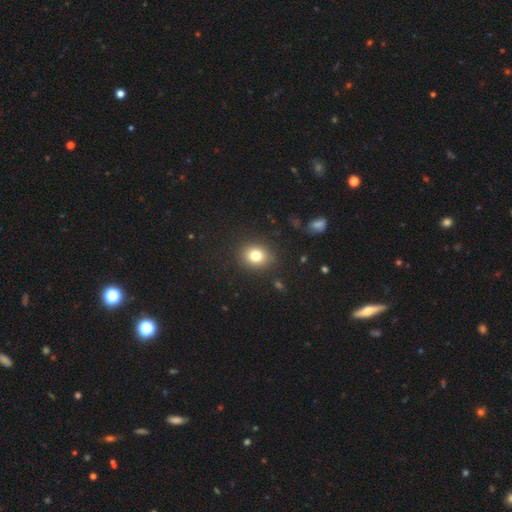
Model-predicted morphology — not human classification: Smooth or featured? Predicted: smooth (p=0.80). How rounded? Predicted: round (p=0.62). Merging? Predicted: none (p=0.87).